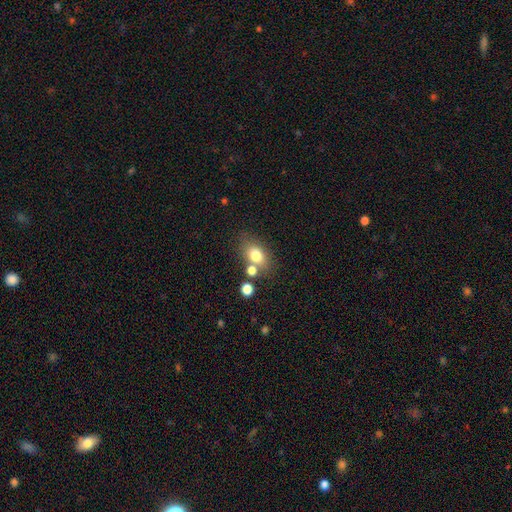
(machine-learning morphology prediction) This is likely a smooth galaxy (75%). How rounded: likely in between (68%). Merging: likely none (64%).